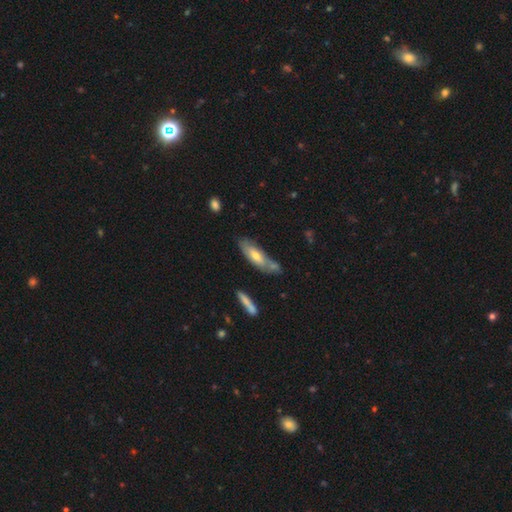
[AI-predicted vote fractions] A smooth galaxy with no disk features (58%) that is cigar-shaped (51%). Merging: none (57%).